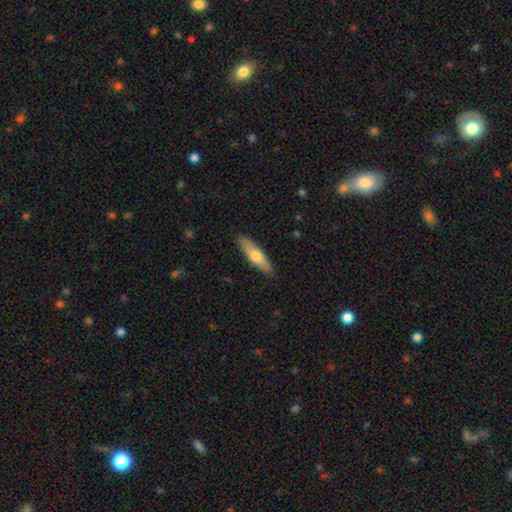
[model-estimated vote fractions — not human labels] A smooth galaxy with no disk features (62%) that is cigar-shaped (64%).

Vote fractions:
- Smooth or featured? smooth: 62% / featured or disk: 33% / star or artifact: 6%
- How rounded? cigar-shaped: 64% / in between: 34% / round: 2%
- Merging? none: 88% / minor disturbance: 9% / major disturbance: 2% / merger: 1%